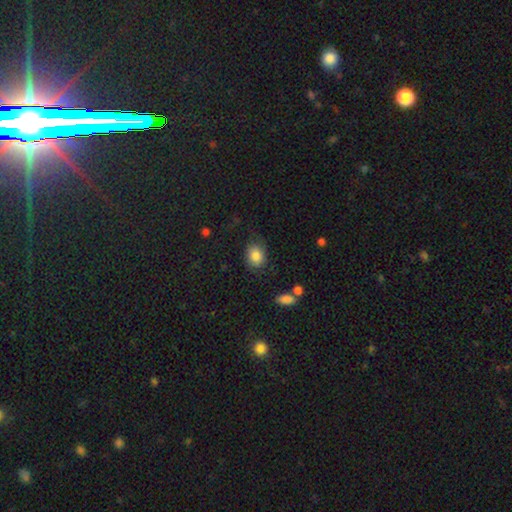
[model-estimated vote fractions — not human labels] Morphology: type=smooth (80%); roundness=in between (54%); merging=none (68%).